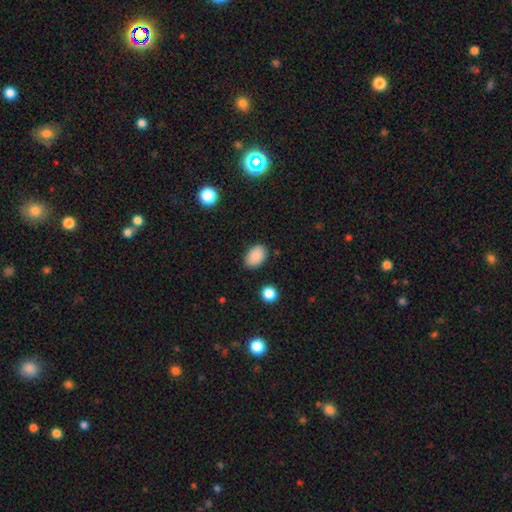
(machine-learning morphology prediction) Smooth or featured: smooth — 88% (star or artifact — 8%)
How rounded: in between — 82% (round — 17%)
Merging: none — 82% (minor disturbance — 13%)